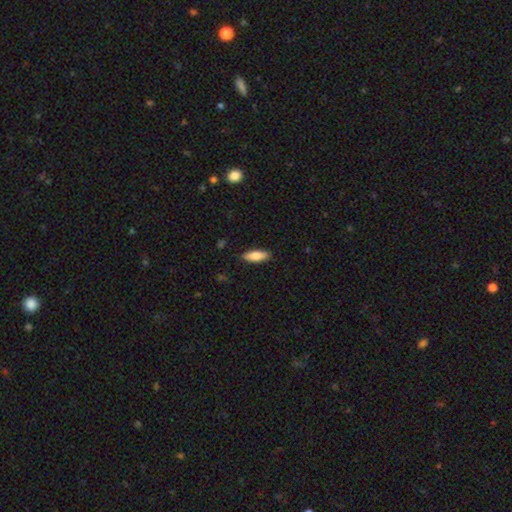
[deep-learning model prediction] The model was most divided on "how rounded": in between: 65%, cigar-shaped: 33%, round: 2%. More confident: merging — none (87%); smooth or featured — smooth (81%).